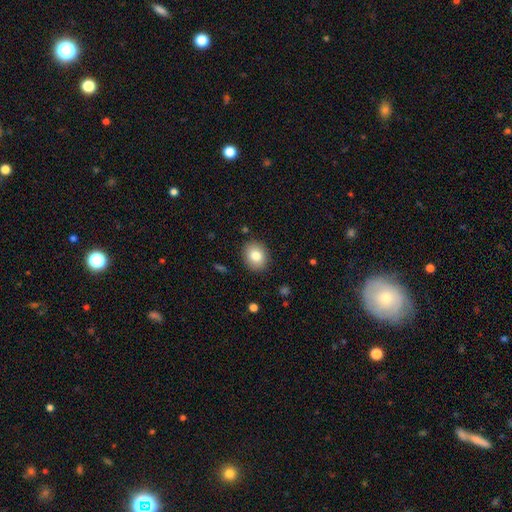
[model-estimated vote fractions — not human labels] smooth_or_featured: smooth (p=0.81) [alt: featured or disk p=0.10]
how_rounded: round (p=0.57) [alt: in between p=0.42]
merging: none (p=0.88) [alt: minor disturbance p=0.08]